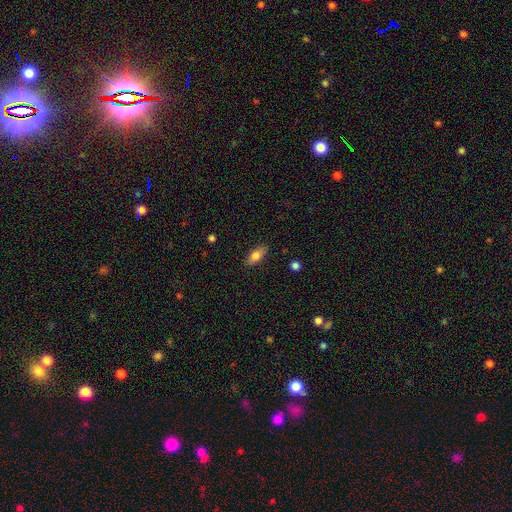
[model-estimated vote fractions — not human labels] A smooth galaxy with no disk features (77%) that is in between round and cigar-shaped (79%). Merging: none (87%).